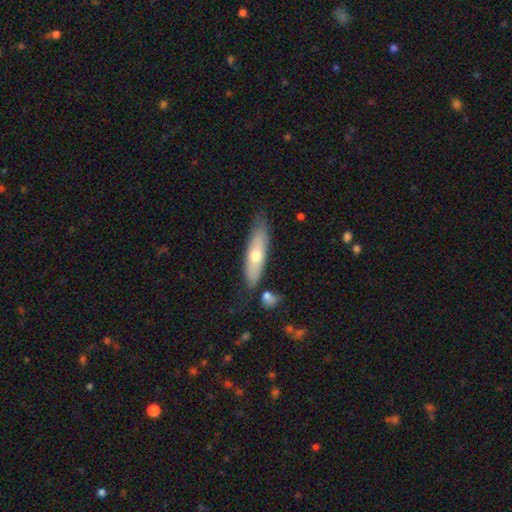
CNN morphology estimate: Overall: smooth (57%; featured or disk 37%). How rounded: cigar-shaped (60%; in between 38%). Merging: none (76%).